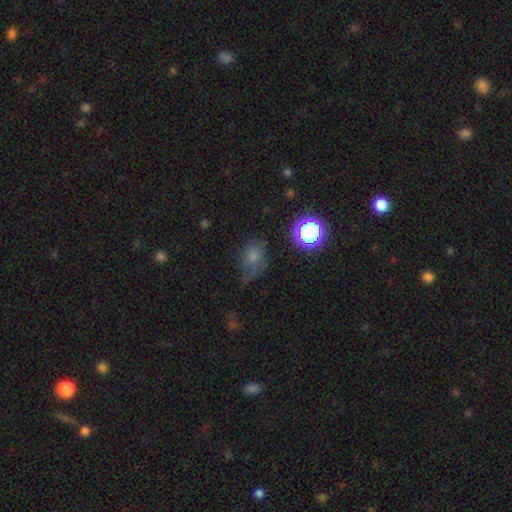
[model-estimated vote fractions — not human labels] smooth-or-featured: smooth: 54% | star or artifact: 29% | featured or disk: 17%
  how-rounded: round: 50% | in between: 48% | cigar-shaped: 2%
  merging: none: 53% | minor disturbance: 29% | major disturbance: 15% | merger: 3%